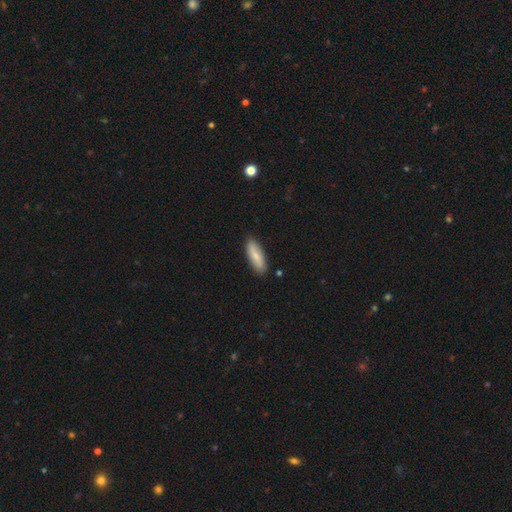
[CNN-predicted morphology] smooth-or-featured: smooth: 77% | featured or disk: 17% | star or artifact: 5%
  how-rounded: in between: 55% | cigar-shaped: 43% | round: 2%
  merging: none: 87% | minor disturbance: 10% | major disturbance: 2% | merger: 1%